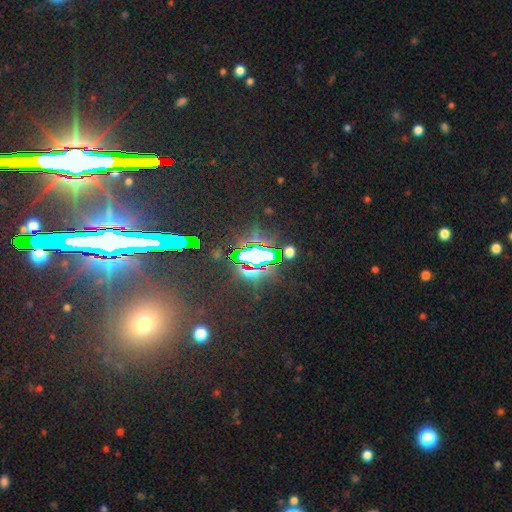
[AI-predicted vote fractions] Overall: star or artifact (70%).